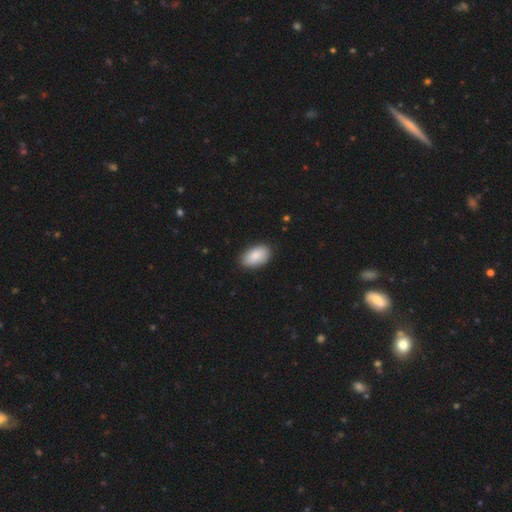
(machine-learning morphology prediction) Smooth or featured?
  - smooth: 87% *
  - featured or disk: 7%
  - star or artifact: 6%
How rounded?
  - in between: 95% *
  - round: 4%
  - cigar-shaped: 2%
Merging?
  - none: 87% *
  - minor disturbance: 10%
  - major disturbance: 2%
  - merger: 1%